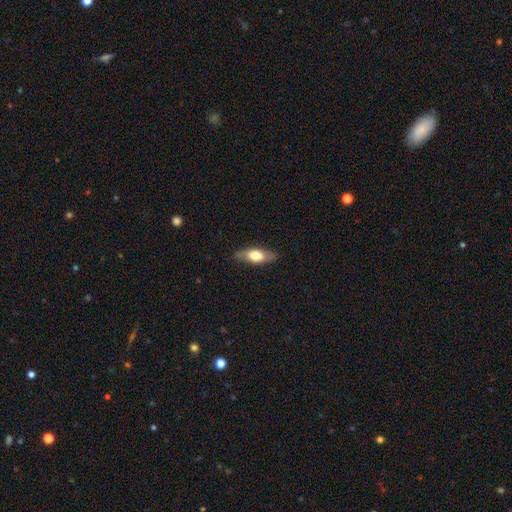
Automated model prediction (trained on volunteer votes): A smooth galaxy with no disk features (63%) that is in between round and cigar-shaped (67%). Merging: none (83%).